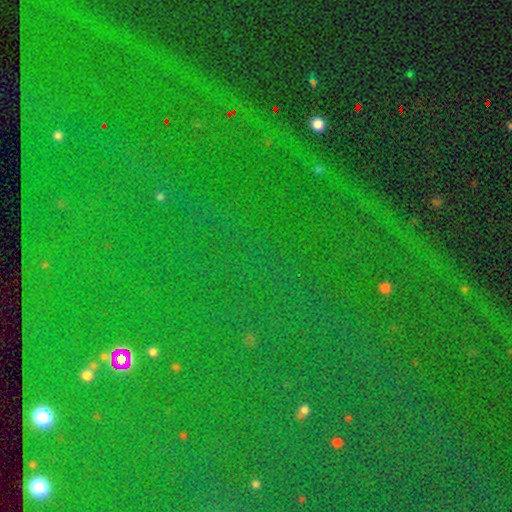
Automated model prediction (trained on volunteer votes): star or artifact 86%, smooth 7%, featured or disk 6%.